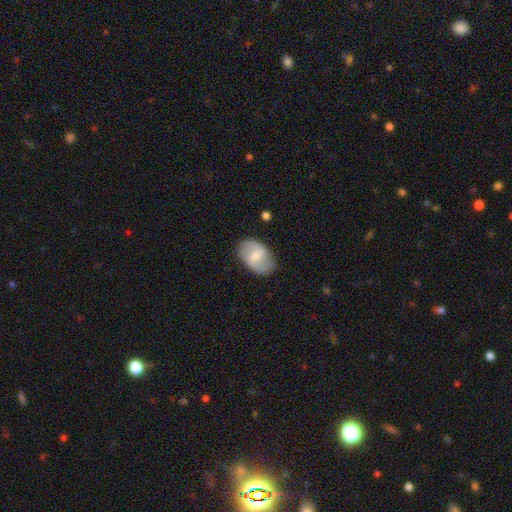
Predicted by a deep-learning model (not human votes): Smooth or featured: featured or disk — 56% (smooth — 38%)
Edge-on disk: no — 97% (yes — 3%)
Bar: weak — 56% (strong — 22%)
Spiral arms: yes — 81% (no — 19%)
Bulge size: small — 44% (moderate — 38%)
Merging: none — 80% (minor disturbance — 15%)